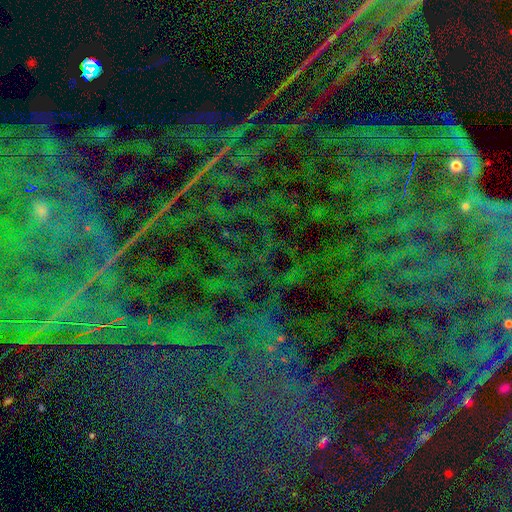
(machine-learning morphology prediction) star or artifact 83%, smooth 9%, featured or disk 8%.